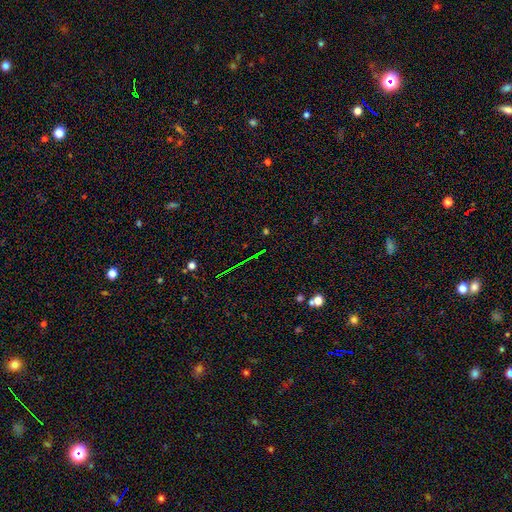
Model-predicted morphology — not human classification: Smooth or featured? Predicted: star or artifact (p=0.72).